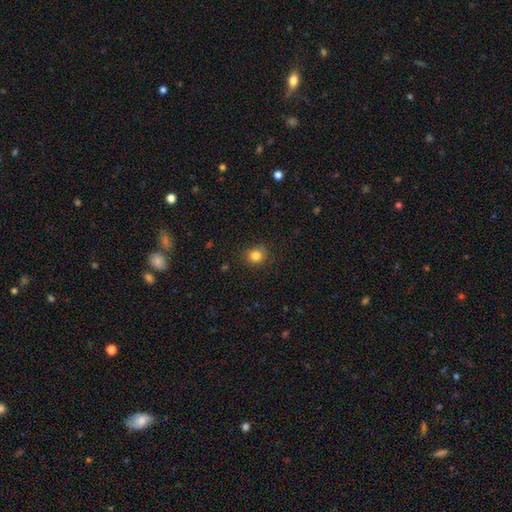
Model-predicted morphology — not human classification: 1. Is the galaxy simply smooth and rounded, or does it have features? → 83% smooth, 12% star or artifact, 5% featured or disk.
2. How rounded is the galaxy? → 84% round, 15% in between, 1% cigar-shaped.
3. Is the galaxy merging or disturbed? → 86% none, 10% minor disturbance, 3% major disturbance, 1% merger.